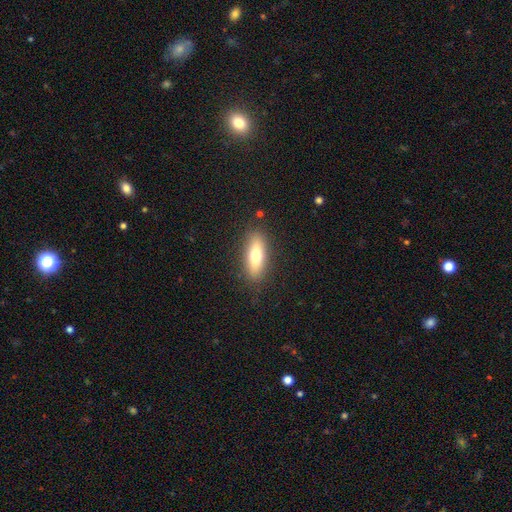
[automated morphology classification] Smooth or featured? Predicted: smooth (p=0.69). How rounded? Predicted: in between (p=0.59). Merging? Predicted: none (p=0.86).